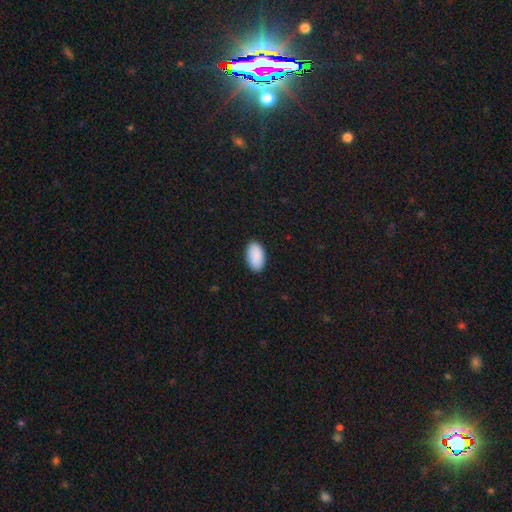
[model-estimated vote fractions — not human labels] This is clearly a smooth galaxy (92%). How rounded: clearly in between (96%). Merging: clearly none (89%).